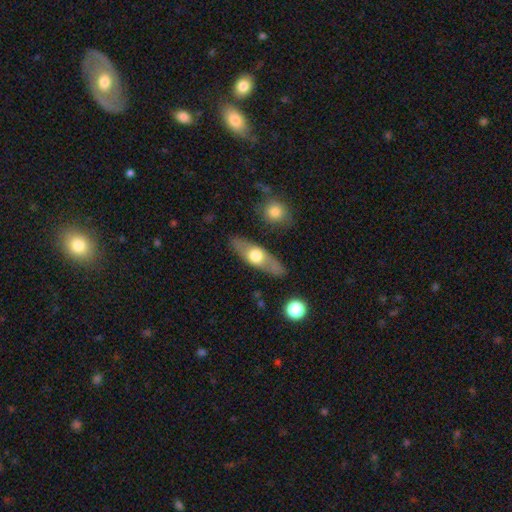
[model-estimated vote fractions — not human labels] Morphology: type=featured or disk (50%); merging=none (84%).